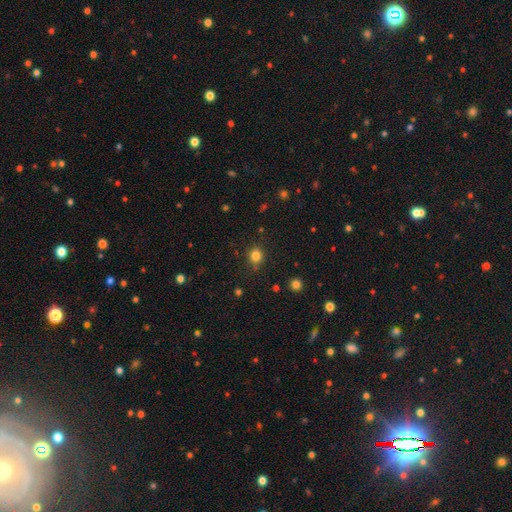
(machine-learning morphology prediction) Smooth or featured: smooth — 82% (star or artifact — 14%)
How rounded: round — 81% (in between — 18%)
Merging: none — 84% (minor disturbance — 11%)